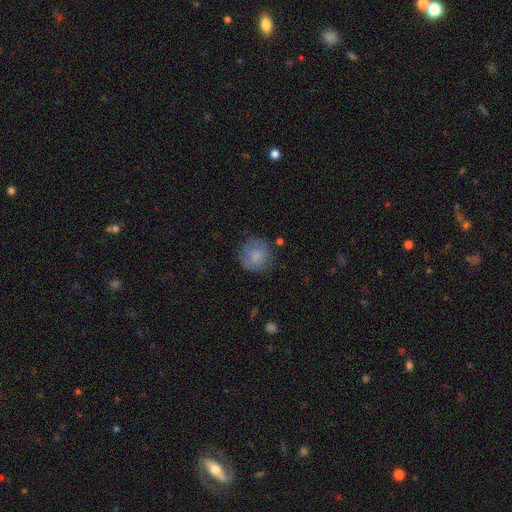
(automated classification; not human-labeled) Morphology: type=smooth (81%); roundness=round (91%); merging=none (75%).